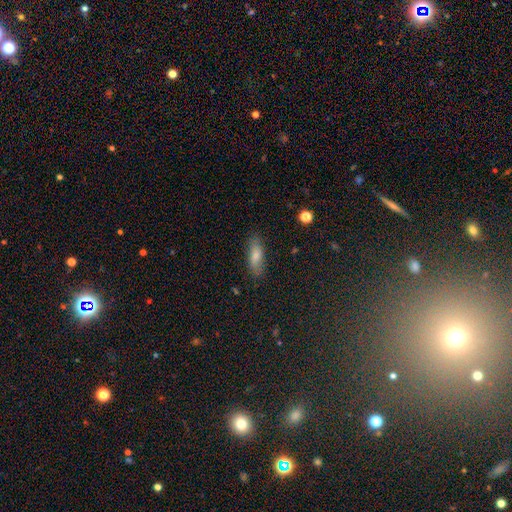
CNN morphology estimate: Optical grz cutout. It shows a smooth galaxy with no disk features (79%) that is in between round and cigar-shaped (59%). Merging: none (82%).